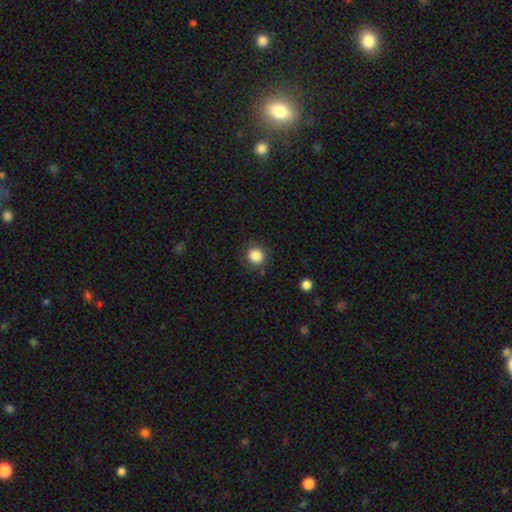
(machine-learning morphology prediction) Smooth or featured? smooth (86%)
How rounded? round (90%)
Merging? none (86%)